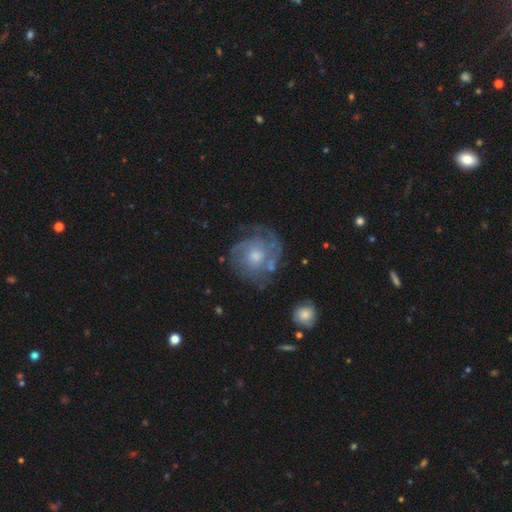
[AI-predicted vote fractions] Smooth or featured: featured or disk — 72% (smooth — 20%)
Edge-on disk: no — 97% (yes — 3%)
Bar: no — 76% (weak — 21%)
Spiral arms: yes — 83% (no — 17%)
Spiral winding: tight — 58% (medium — 31%)
Spiral arm count: can't tell — 44% (3 — 20%)
Bulge size: moderate — 61% (small — 25%)
Merging: none — 67% (minor disturbance — 18%)